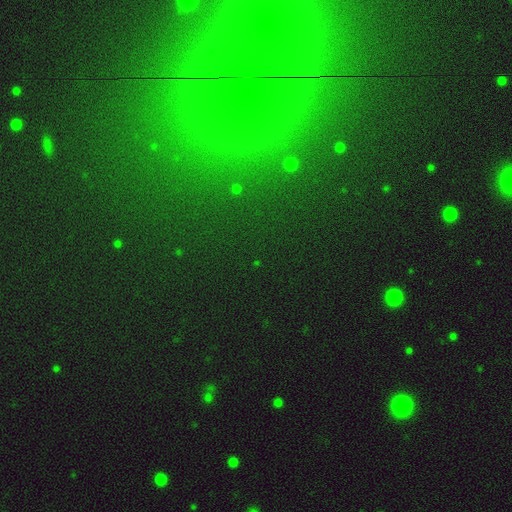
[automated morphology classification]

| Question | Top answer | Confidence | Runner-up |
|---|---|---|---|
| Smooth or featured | star or artifact | 66% | smooth (25%) |